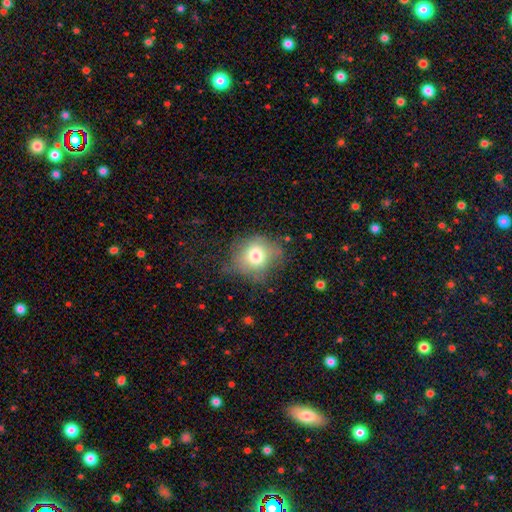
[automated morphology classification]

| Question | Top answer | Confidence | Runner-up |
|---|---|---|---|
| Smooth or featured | smooth | 72% | featured or disk (17%) |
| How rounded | round | 74% | in between (25%) |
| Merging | none | 57% | minor disturbance (28%) |